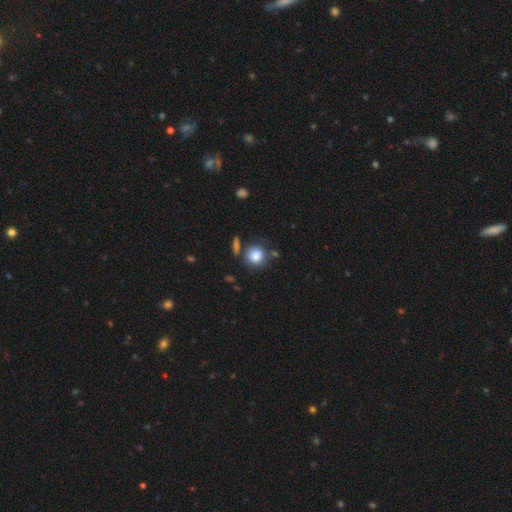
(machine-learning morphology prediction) Smooth or featured? Predicted: smooth (p=0.84). How rounded? Predicted: round (p=0.86). Merging? Predicted: none (p=0.74).